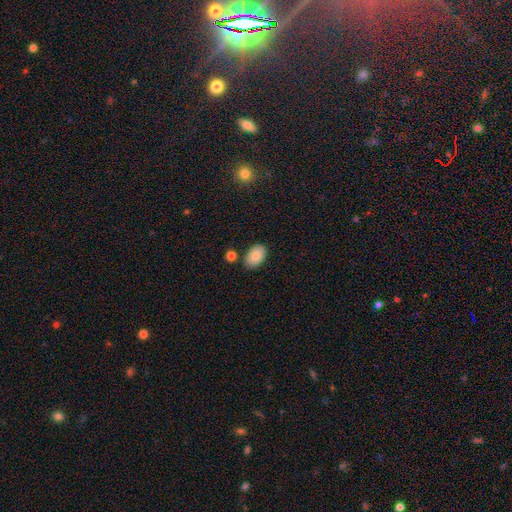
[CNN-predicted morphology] This appears to be a smooth galaxy with no disk features (87%) that is in between round and cigar-shaped (92%). Merging: none (81%).